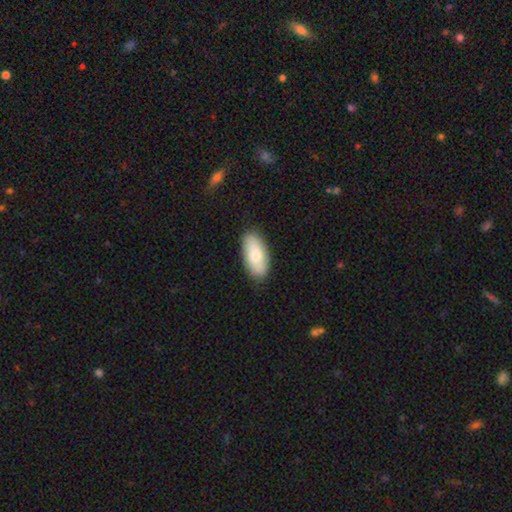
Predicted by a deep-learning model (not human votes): A smooth galaxy with no disk features (74%) that is in between round and cigar-shaped (90%).

Vote fractions:
- Smooth or featured? smooth: 74% / featured or disk: 21% / star or artifact: 6%
- How rounded? in between: 90% / cigar-shaped: 7% / round: 2%
- Merging? none: 86% / minor disturbance: 10% / major disturbance: 2% / merger: 1%